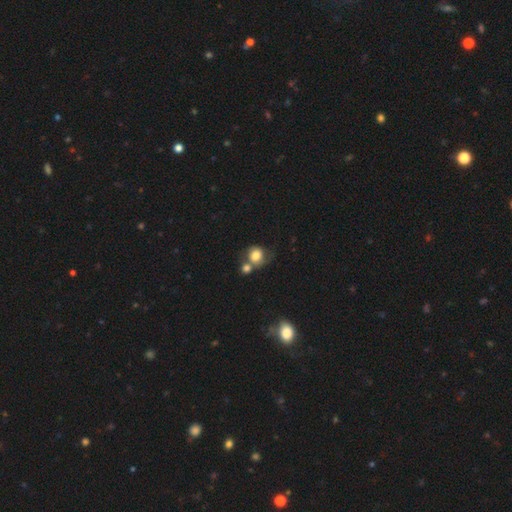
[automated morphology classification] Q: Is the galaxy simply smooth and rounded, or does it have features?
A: smooth — 74%.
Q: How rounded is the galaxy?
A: round — 75%.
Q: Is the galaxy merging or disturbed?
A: merger — 44%.